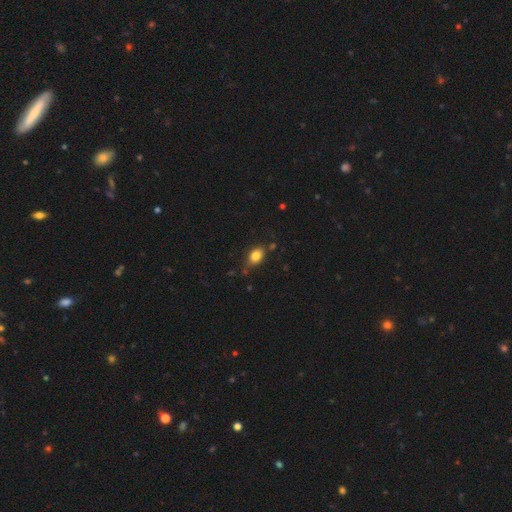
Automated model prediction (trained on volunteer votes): Morphology: type=smooth (83%); roundness=in between (80%); merging=none (73%).